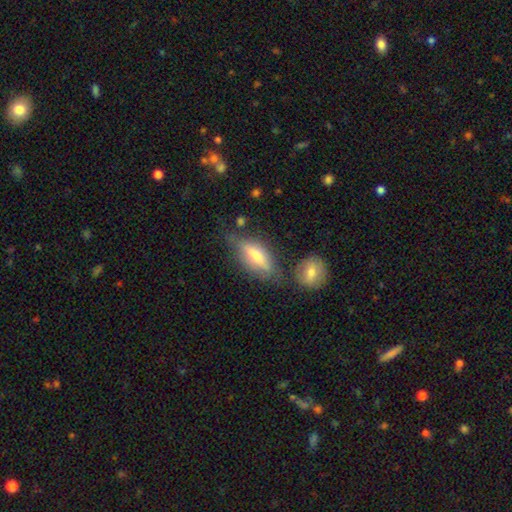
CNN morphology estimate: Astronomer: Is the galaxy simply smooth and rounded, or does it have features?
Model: smooth — 53% (runner-up: featured or disk, 40%).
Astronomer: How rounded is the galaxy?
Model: in between — 53% (runner-up: cigar-shaped, 43%).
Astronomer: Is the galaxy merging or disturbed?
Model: none — 64%.